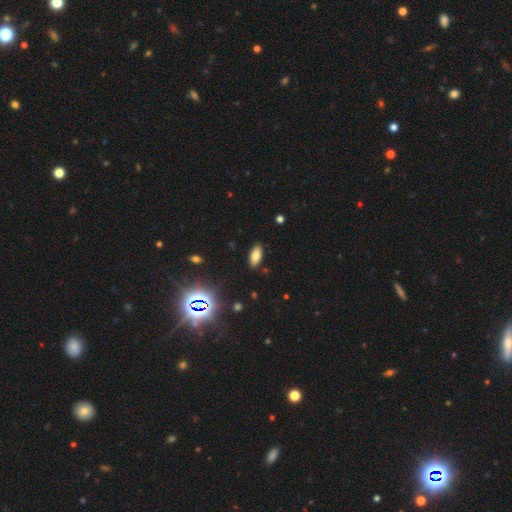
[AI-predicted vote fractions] Smooth or featured? Predicted: smooth (p=0.75). How rounded? Predicted: in between (p=0.89). Merging? Predicted: none (p=0.88).